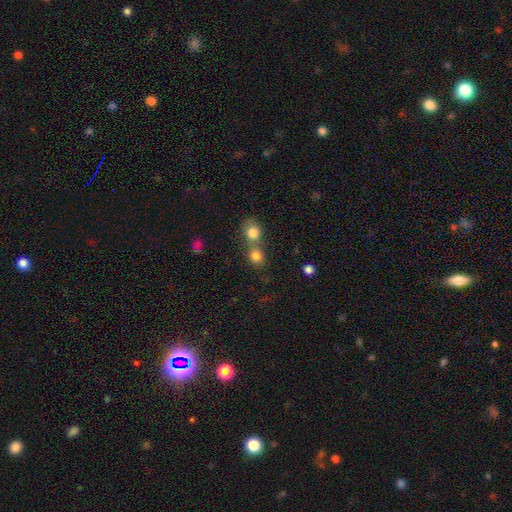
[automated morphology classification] This is clearly a smooth galaxy (81%). How rounded: clearly round (80%). Merging: possibly merger (49%).